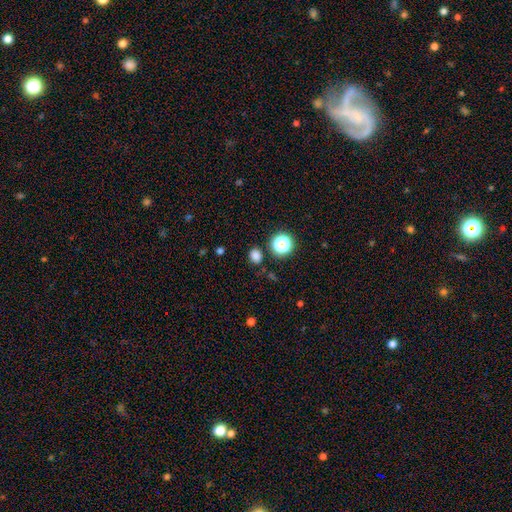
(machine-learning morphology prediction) type=smooth (75%); roundness=round (63%); merging=none (83%).